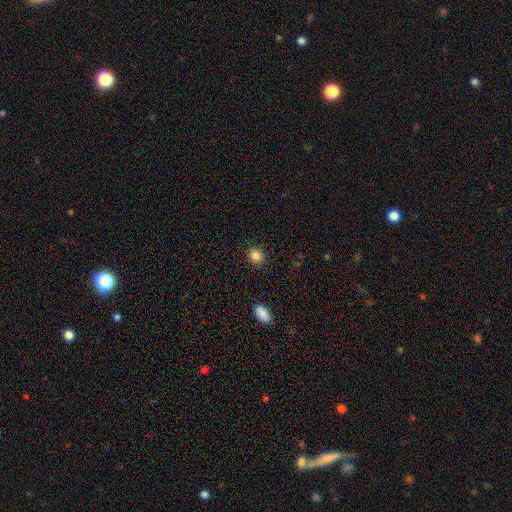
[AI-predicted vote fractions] Smooth or featured?
  - smooth: 85% *
  - star or artifact: 11%
  - featured or disk: 4%
How rounded?
  - round: 74% *
  - in between: 25%
  - cigar-shaped: 1%
Merging?
  - none: 89% *
  - minor disturbance: 7%
  - major disturbance: 2%
  - merger: 1%